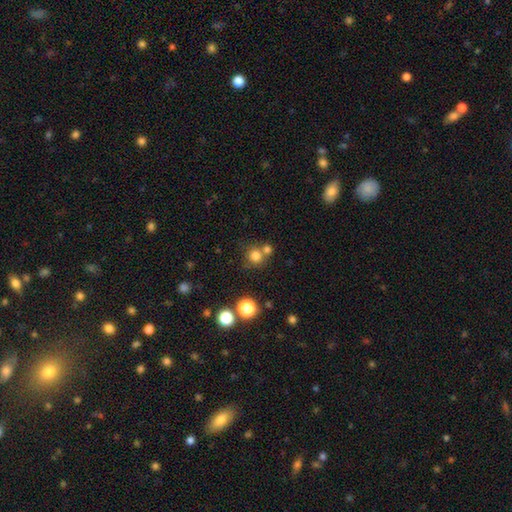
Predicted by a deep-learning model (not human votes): The model was most divided on "merging": none: 60%, merger: 29%, minor disturbance: 8%, major disturbance: 3%. More confident: how rounded — round (90%); smooth or featured — smooth (76%).